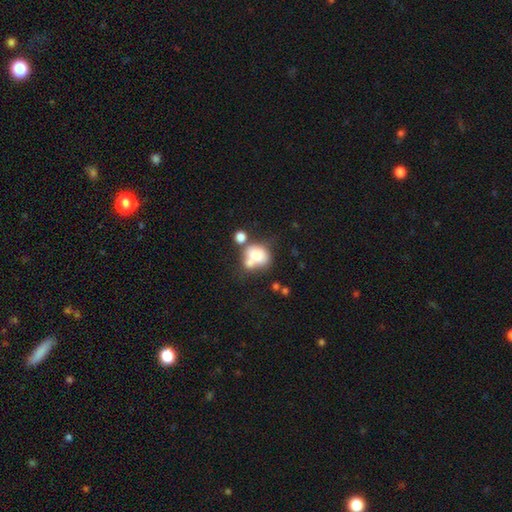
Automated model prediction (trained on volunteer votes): Smooth or featured? smooth (71%)
How rounded? in between (58%)
Merging? merger (48%)